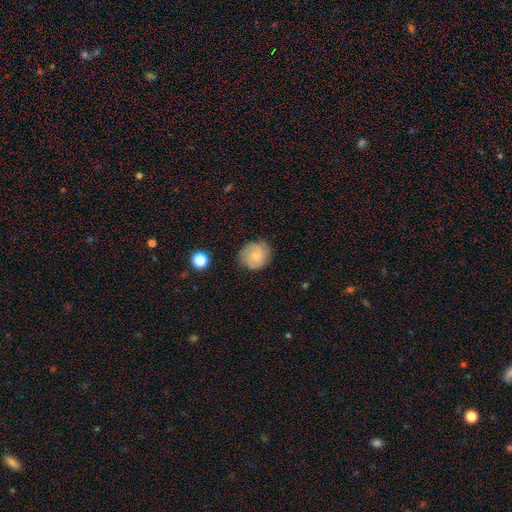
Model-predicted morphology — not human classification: Smooth or featured? Predicted: smooth (p=0.54). How rounded? Predicted: round (p=0.84). Merging? Predicted: none (p=0.77).